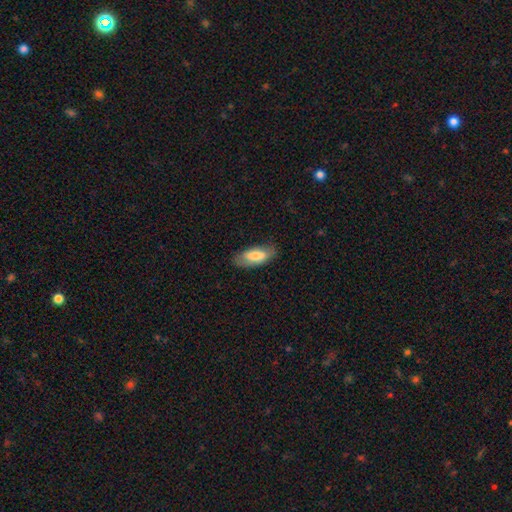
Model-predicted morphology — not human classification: Smooth or featured? smooth (74%)
How rounded? in between (79%)
Merging? none (75%)